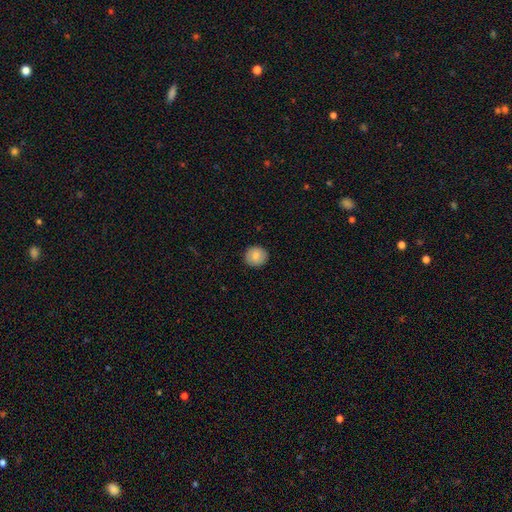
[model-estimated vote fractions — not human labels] A smooth galaxy with no disk features (82%) that is round (88%).

Vote fractions:
- Smooth or featured? smooth: 82% / featured or disk: 11% / star or artifact: 8%
- How rounded? round: 88% / in between: 11% / cigar-shaped: 1%
- Merging? none: 90% / minor disturbance: 7% / major disturbance: 2% / merger: 1%